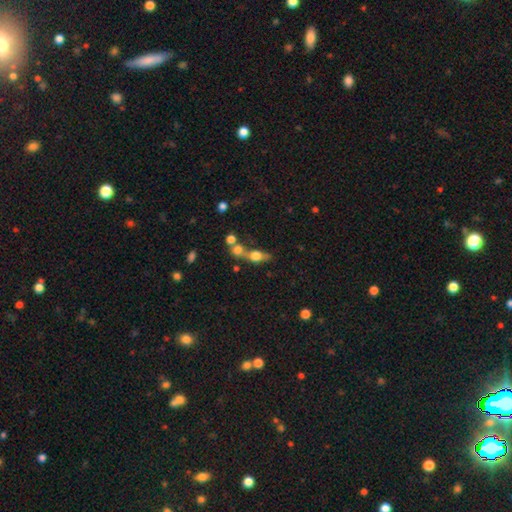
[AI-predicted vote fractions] Smooth or featured?
  - smooth: 59% *
  - featured or disk: 29%
  - star or artifact: 13%
How rounded?
  - in between: 50% *
  - round: 33%
  - cigar-shaped: 17%
Merging?
  - merger: 49% *
  - none: 32%
  - minor disturbance: 10%
  - major disturbance: 8%